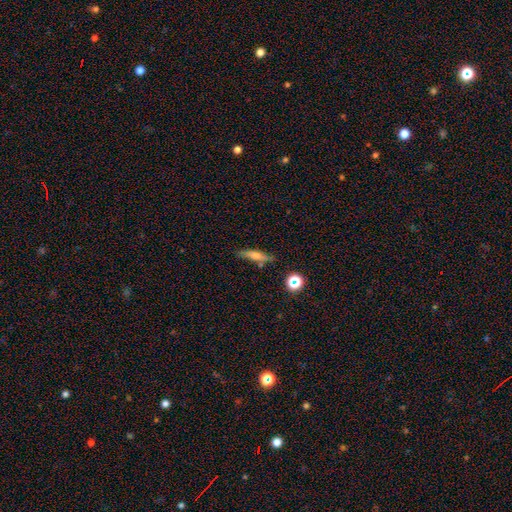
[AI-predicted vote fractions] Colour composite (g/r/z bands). It shows a smooth galaxy with no disk features (61%) that is cigar-shaped (77%). Merging: none (77%).